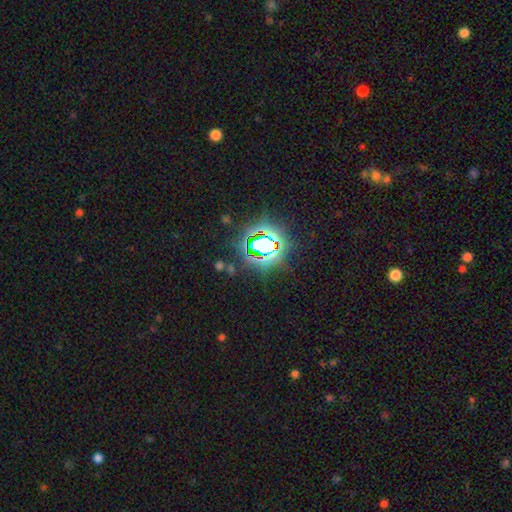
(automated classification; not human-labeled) This is clearly a star or artifact rather than a galaxy (84%).